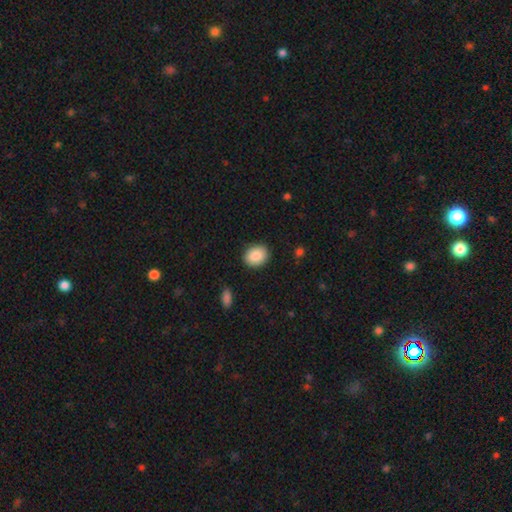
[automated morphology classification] Smooth or featured? Predicted: smooth (p=0.88). How rounded? Predicted: in between (p=0.51). Merging? Predicted: none (p=0.88).